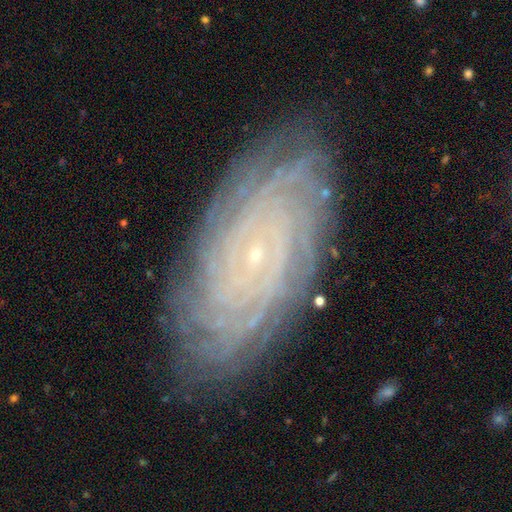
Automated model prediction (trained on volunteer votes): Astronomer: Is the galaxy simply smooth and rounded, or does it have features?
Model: featured or disk — 86%.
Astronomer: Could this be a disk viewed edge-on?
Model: no — 95%.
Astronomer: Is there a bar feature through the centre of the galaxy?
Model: no — 74%.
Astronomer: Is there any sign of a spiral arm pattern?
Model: yes — 98%.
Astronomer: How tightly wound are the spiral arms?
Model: tight — 87%.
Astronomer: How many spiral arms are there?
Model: more than 4 — 30% (runner-up: can't tell, 24%).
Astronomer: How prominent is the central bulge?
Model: small — 89%.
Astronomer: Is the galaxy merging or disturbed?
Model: none — 84%.